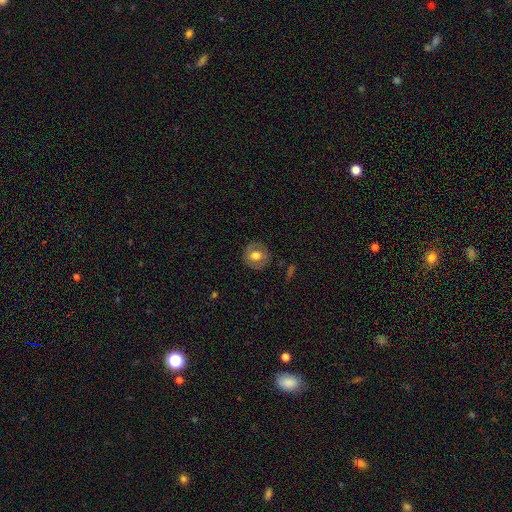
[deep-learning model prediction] This appears to be a smooth galaxy with no disk features (56%) that is round (86%). Merging: none (85%).